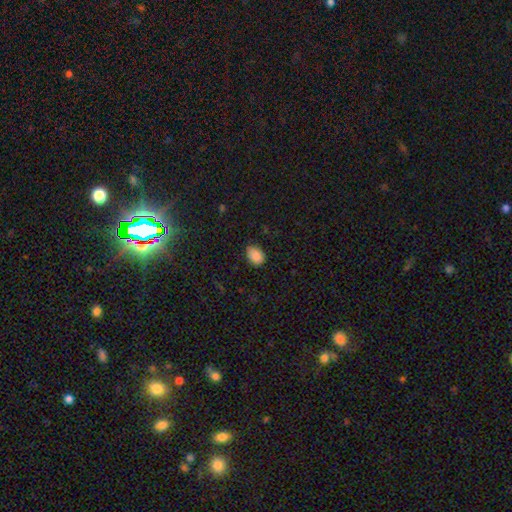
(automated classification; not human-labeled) Smooth or featured? smooth (87%)
How rounded? in between (73%)
Merging? none (76%)